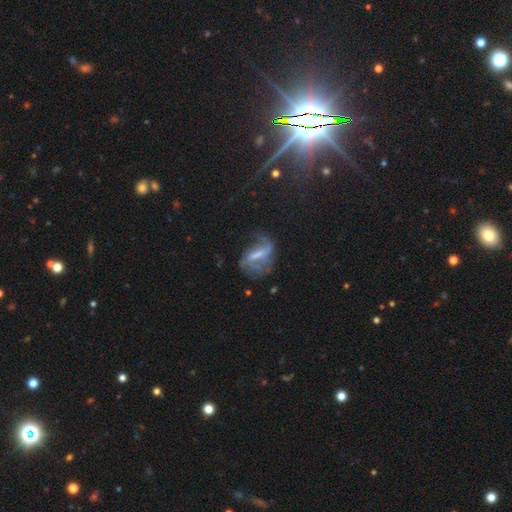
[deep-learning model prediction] This is likely a featured or disk galaxy (69%). It is clearly not viewed edge-on (92%). Bar: marginally strong (43%). Spiral arm pattern: clearly yes (81%). Spiral arm count: likely 2 (61%). Spiral winding: possibly loose (50%). Central bulge: marginally small (40%). Merging: possibly none (52%).